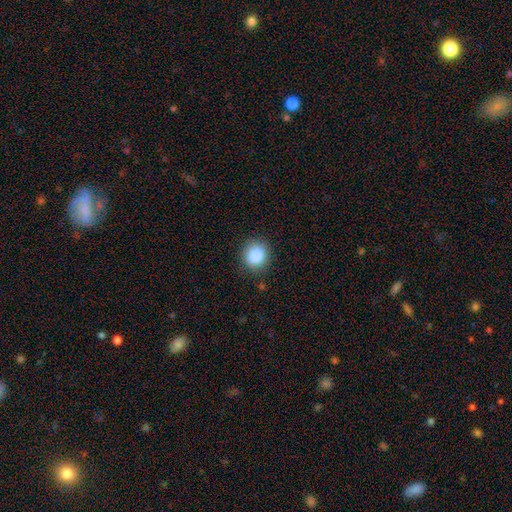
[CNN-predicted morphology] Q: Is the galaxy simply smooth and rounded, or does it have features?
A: smooth — 86%.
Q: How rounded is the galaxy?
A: round — 82%.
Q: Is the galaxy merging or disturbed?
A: none — 87%.